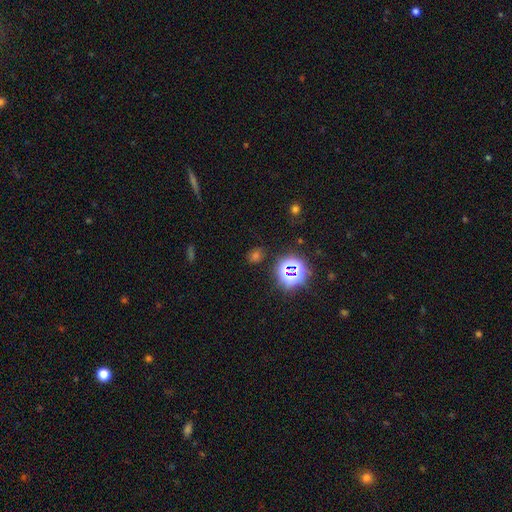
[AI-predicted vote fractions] A star or artifact, not a galaxy (53%).